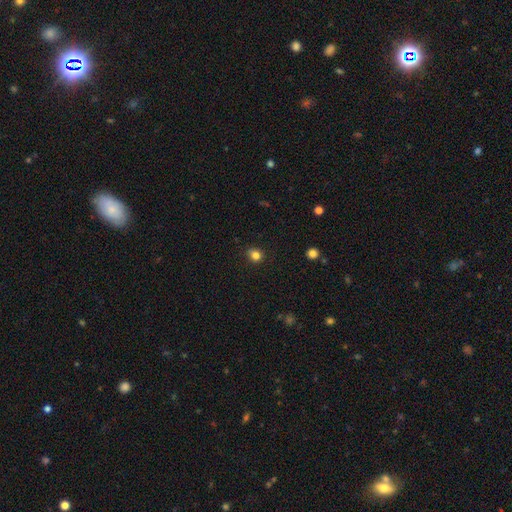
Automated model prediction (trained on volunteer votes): Smooth or featured?
  - smooth: 82% *
  - star or artifact: 13%
  - featured or disk: 5%
How rounded?
  - round: 78% *
  - in between: 21%
  - cigar-shaped: 1%
Merging?
  - none: 85% *
  - minor disturbance: 12%
  - major disturbance: 3%
  - merger: 1%